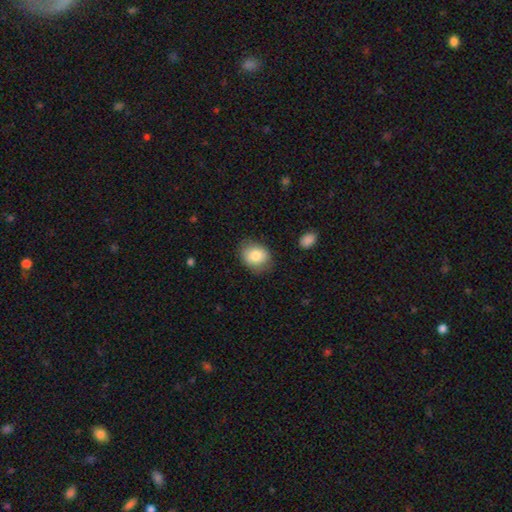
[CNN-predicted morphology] This is clearly a smooth galaxy (81%). How rounded: possibly round (54%). Merging: likely none (79%).